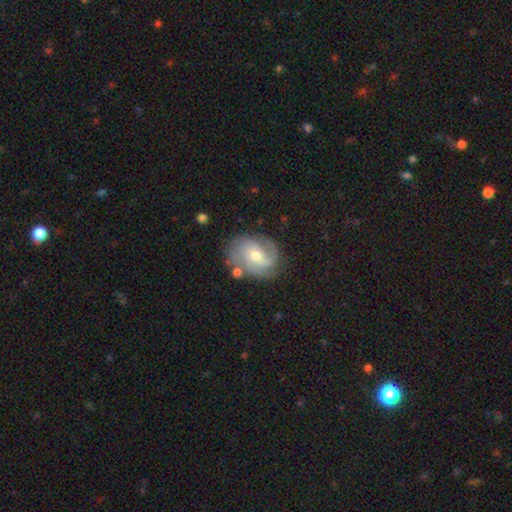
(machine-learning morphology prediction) featured or disk 82%, smooth 12%, star or artifact 6%. Down the decision tree: edge-on disk — no (98%); bar — no (60%); spiral arms — yes (95%); spiral arm count — 2 (31%, tied with 3); spiral winding — medium (43%); bulge size — moderate (55%); merging — none (69%).